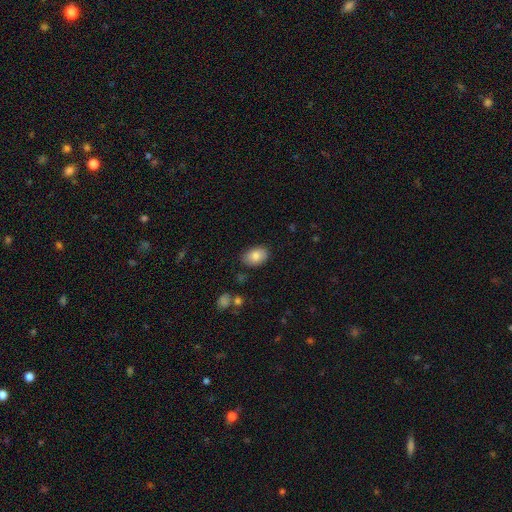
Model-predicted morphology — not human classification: A smooth galaxy with no disk features (83%) that is in between round and cigar-shaped (84%).

Vote fractions:
- Smooth or featured? smooth: 83% / featured or disk: 9% / star or artifact: 8%
- How rounded? in between: 84% / round: 15% / cigar-shaped: 1%
- Merging? none: 83% / minor disturbance: 13% / major disturbance: 3% / merger: 2%